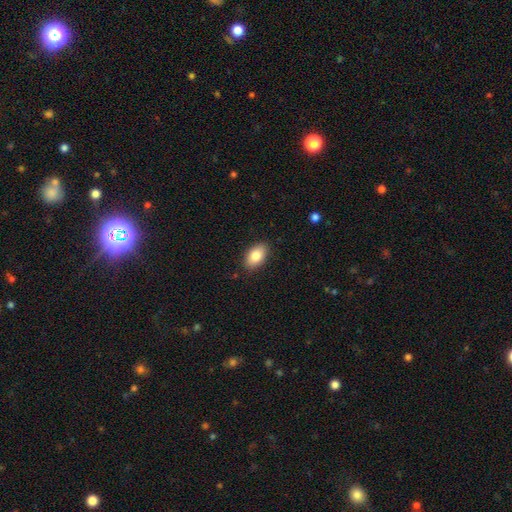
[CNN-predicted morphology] Smooth or featured?
  - smooth: 84% *
  - featured or disk: 9%
  - star or artifact: 7%
How rounded?
  - in between: 92% *
  - round: 7%
  - cigar-shaped: 2%
Merging?
  - none: 88% *
  - minor disturbance: 9%
  - major disturbance: 2%
  - merger: 1%